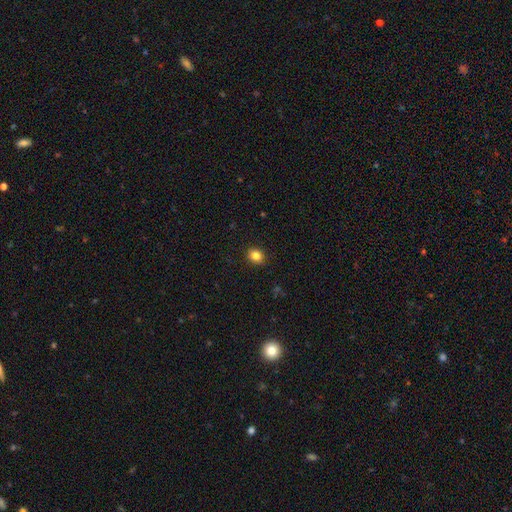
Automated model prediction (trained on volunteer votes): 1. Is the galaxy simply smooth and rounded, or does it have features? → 84% smooth, 11% star or artifact, 5% featured or disk.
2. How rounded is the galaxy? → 64% round, 35% in between, 1% cigar-shaped.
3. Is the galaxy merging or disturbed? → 91% none, 7% minor disturbance, 2% major disturbance, 1% merger.